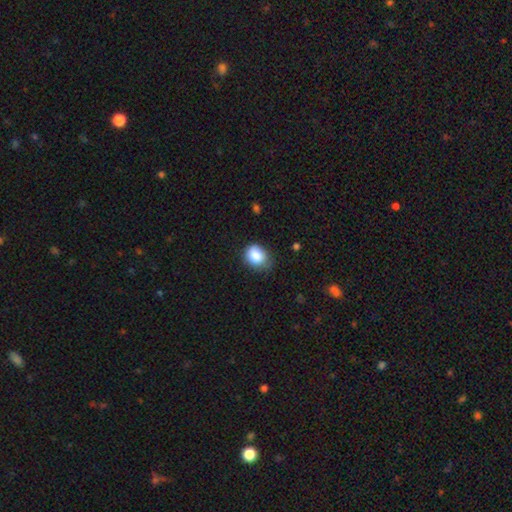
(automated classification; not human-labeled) smooth_or_featured: smooth (p=0.85) [alt: star or artifact p=0.09]
how_rounded: round (p=0.53) [alt: in between p=0.46]
merging: none (p=0.60) [alt: minor disturbance p=0.32]